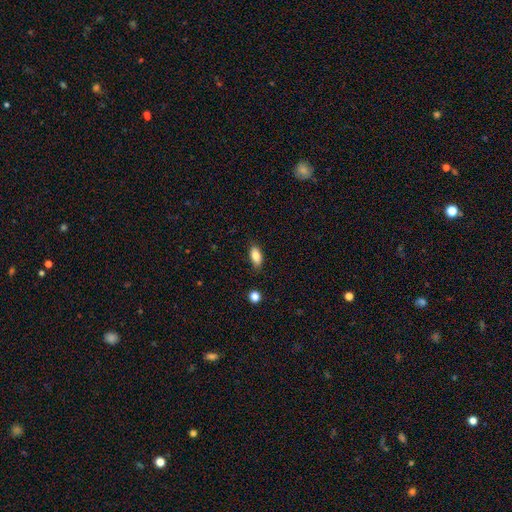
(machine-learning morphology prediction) smooth 83%, featured or disk 9%, star or artifact 8%. Down the decision tree: how rounded — in between (87%); merging — none (81%).